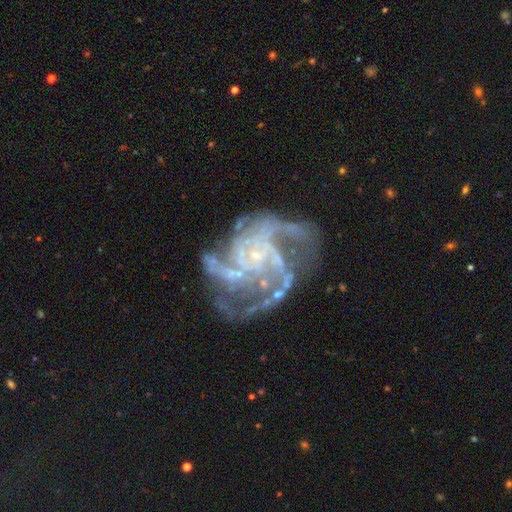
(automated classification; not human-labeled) A featured or disk galaxy (88%) with no bar (67%), 4 (30%) medium (47%) spiral arms (96%) and a small central bulge (74%). Merging: none (50%).